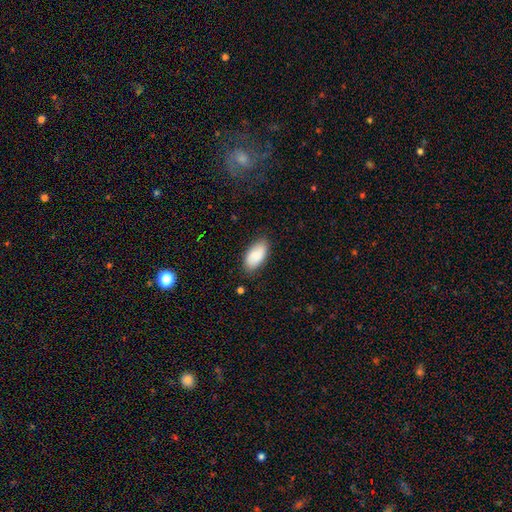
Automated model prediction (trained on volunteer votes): This appears to be a smooth galaxy with no disk features (86%) that is in between round and cigar-shaped (94%). Merging: none (80%).